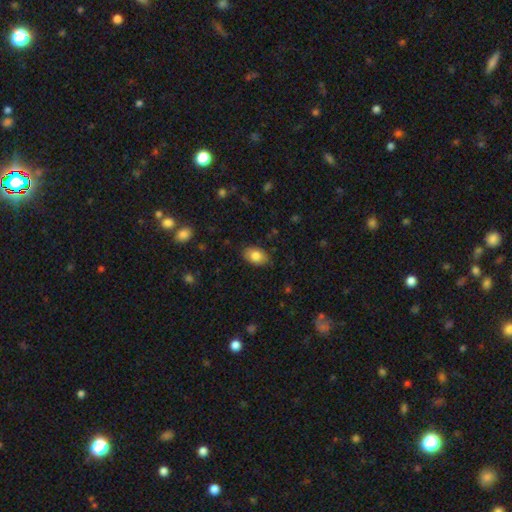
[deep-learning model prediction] This is clearly a smooth galaxy (83%). How rounded: clearly in between (87%). Merging: clearly none (83%).